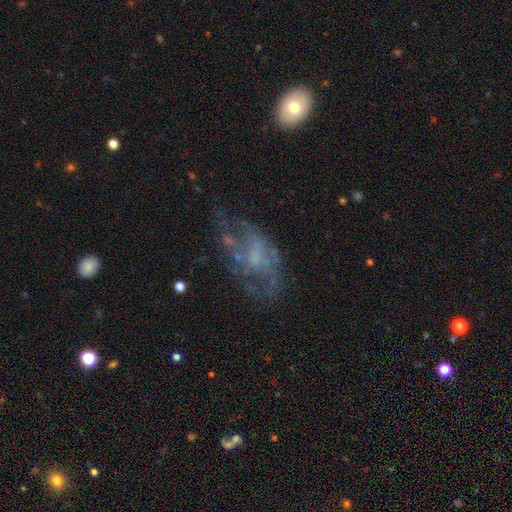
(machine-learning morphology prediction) type=featured or disk (64%); edge-on=no (96%); bar=no (70%); spiral arms=no (52%); bulge=none (42%); merging=none (42%).